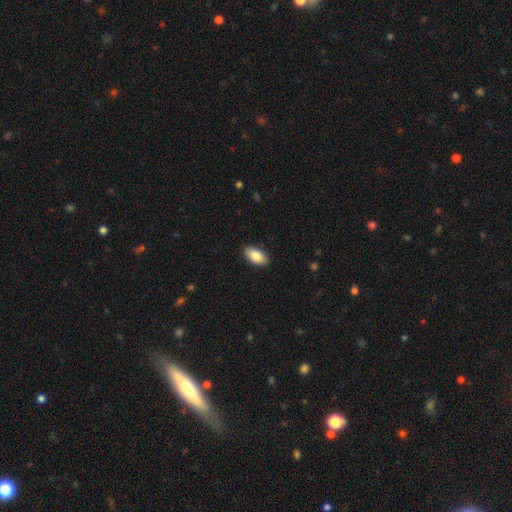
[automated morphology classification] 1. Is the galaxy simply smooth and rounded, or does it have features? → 87% smooth, 7% featured or disk, 6% star or artifact.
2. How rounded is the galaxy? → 94% in between, 3% cigar-shaped, 3% round.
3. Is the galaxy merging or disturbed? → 89% none, 8% minor disturbance, 2% major disturbance, 1% merger.